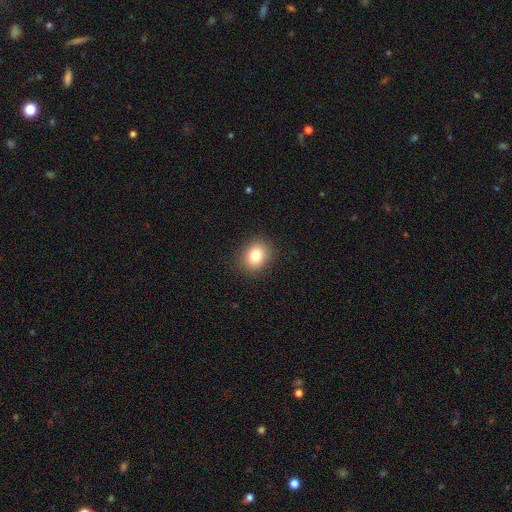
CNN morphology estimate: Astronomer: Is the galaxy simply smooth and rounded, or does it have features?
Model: smooth — 82%.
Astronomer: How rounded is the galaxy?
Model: round — 59% (runner-up: in between, 40%).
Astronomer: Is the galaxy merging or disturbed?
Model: none — 89%.